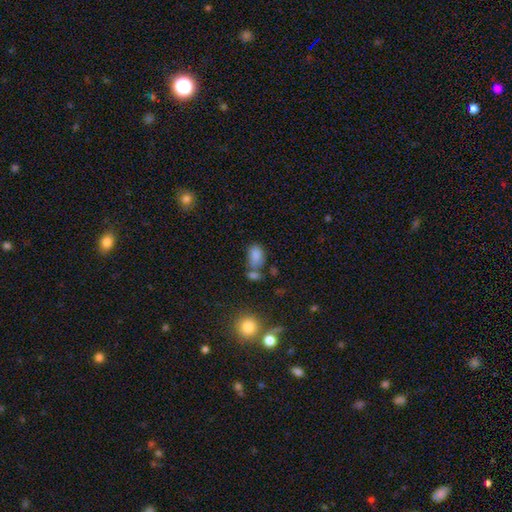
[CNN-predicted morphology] Overall: smooth (81%). How rounded: in between (86%). Merging: none (43%; merger 33%).